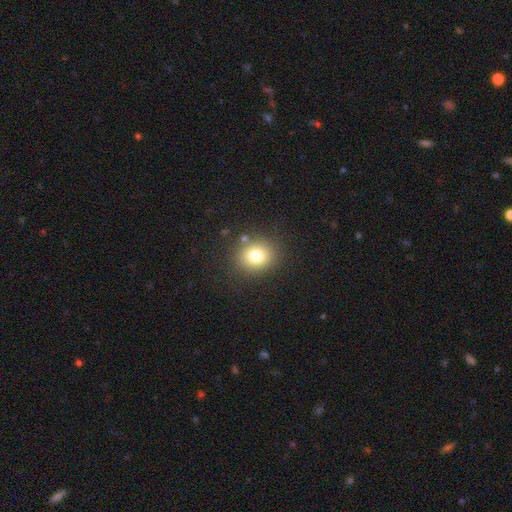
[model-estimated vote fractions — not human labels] Smooth or featured: smooth — 77% (star or artifact — 13%)
How rounded: round — 75% (in between — 24%)
Merging: none — 84% (minor disturbance — 9%)